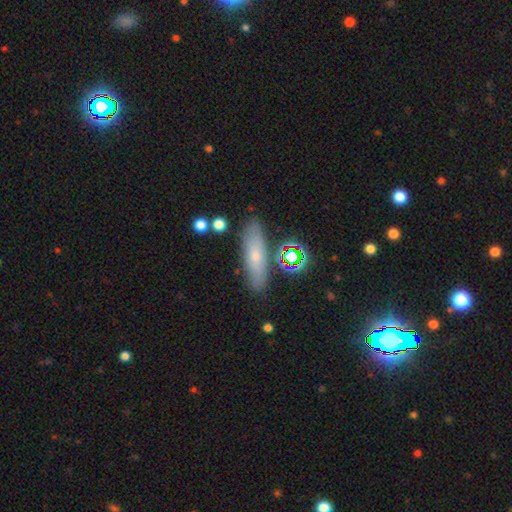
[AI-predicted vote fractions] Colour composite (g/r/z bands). It shows a smooth galaxy with no disk features (60%) that is cigar-shaped (55%). Merging: none (80%).